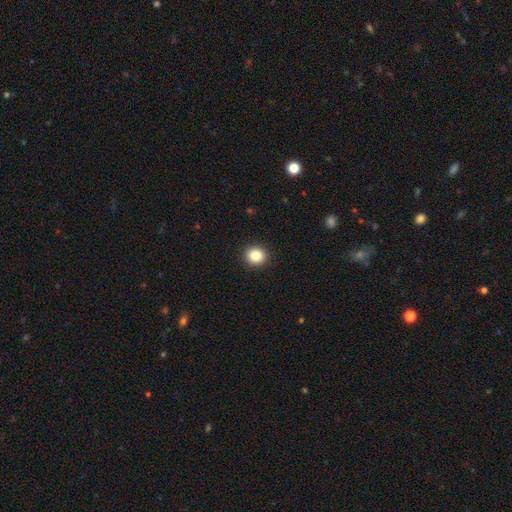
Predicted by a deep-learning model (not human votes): smooth 87%, star or artifact 10%, featured or disk 4%. Down the decision tree: how rounded — round (84%); merging — none (92%).